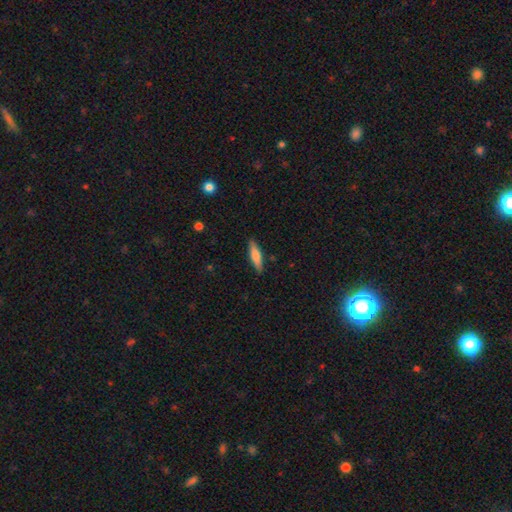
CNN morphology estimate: A smooth galaxy with no disk features (70%) that is cigar-shaped (71%).

Vote fractions:
- Smooth or featured? smooth: 70% / featured or disk: 25% / star or artifact: 6%
- How rounded? cigar-shaped: 71% / in between: 27% / round: 2%
- Merging? none: 88% / minor disturbance: 9% / major disturbance: 2% / merger: 1%